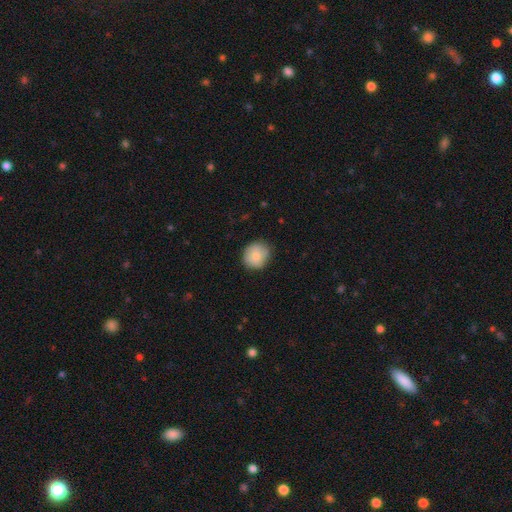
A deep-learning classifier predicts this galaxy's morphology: Smooth or featured? smooth (84%)
How rounded? round (82%)
Merging? none (81%)